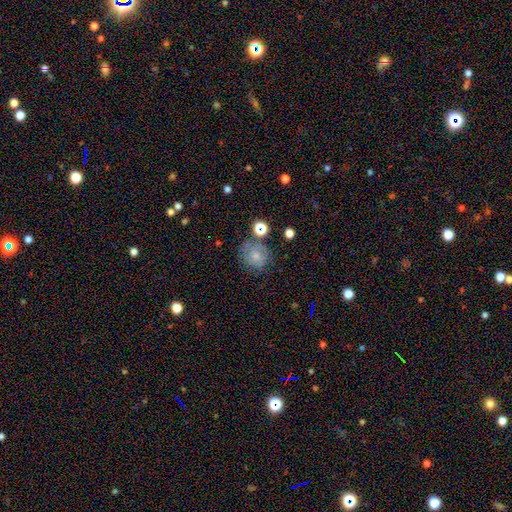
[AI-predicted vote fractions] Morphology: type=smooth (62%); roundness=round (79%); merging=none (66%).